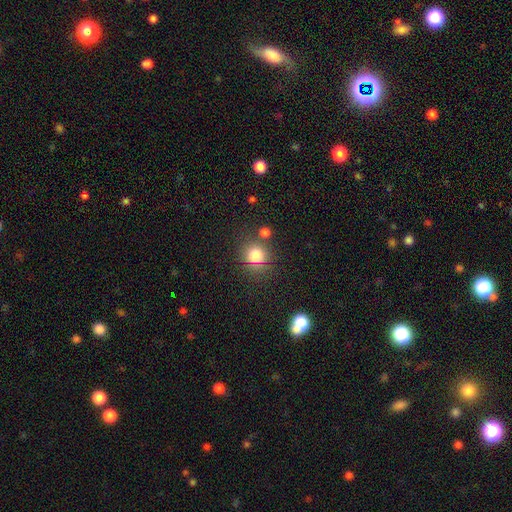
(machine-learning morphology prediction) A smooth galaxy with no disk features (76%) that is round (89%). Merging: none (74%).